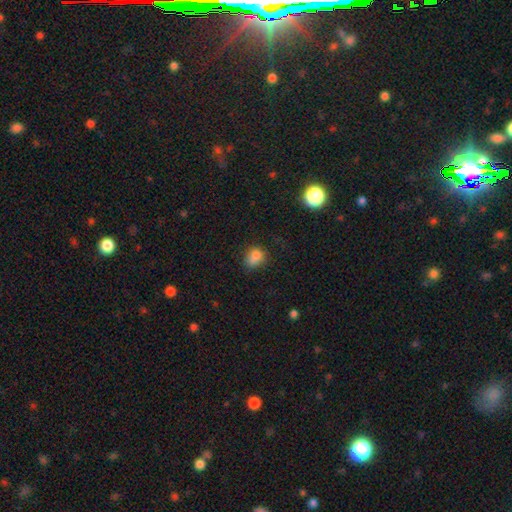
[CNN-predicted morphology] Smooth or featured? smooth (80%)
How rounded? in between (53%)
Merging? none (64%)